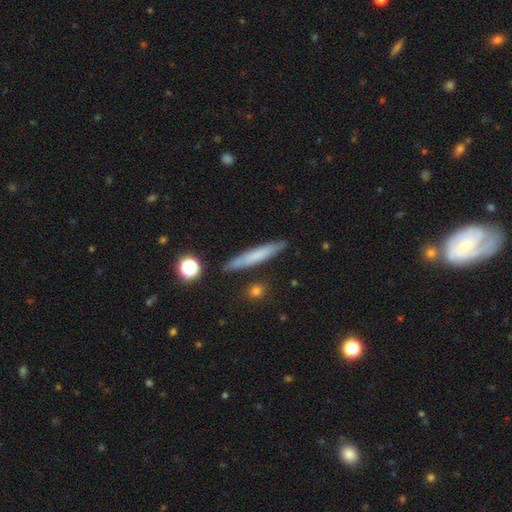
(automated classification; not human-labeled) This appears to be a smooth galaxy with no disk features (64%) that is cigar-shaped (93%). Merging: none (85%).